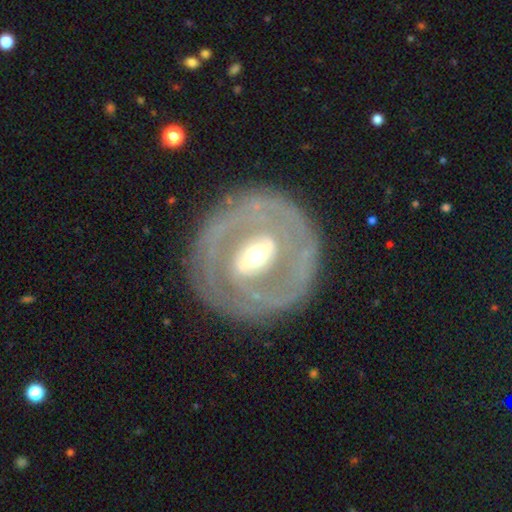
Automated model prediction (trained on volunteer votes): Overall: featured or disk (78%). Edge-on disk: no (93%). Bar: strong (47%; weak 34%). Spiral arms: yes (58%; no 42%). Bulge size: moderate (63%; small 25%). Merging: none (82%).